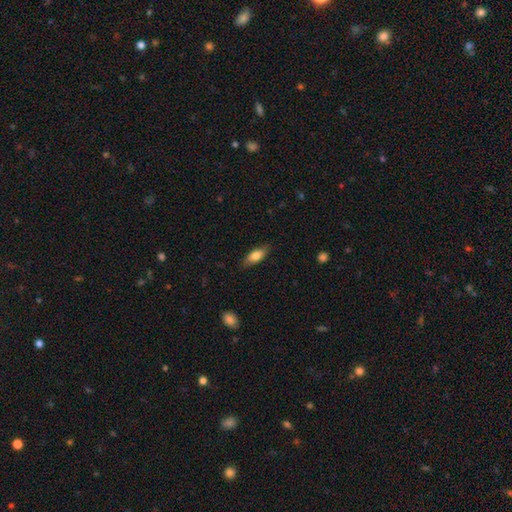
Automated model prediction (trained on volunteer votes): Smooth or featured: smooth — 76% (featured or disk — 17%)
How rounded: in between — 73% (cigar-shaped — 24%)
Merging: none — 83% (minor disturbance — 13%)